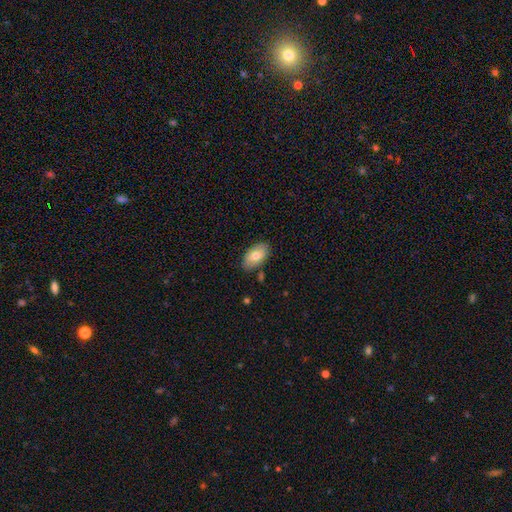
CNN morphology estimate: This is likely a smooth galaxy (75%). How rounded: clearly in between (94%). Merging: clearly none (82%).